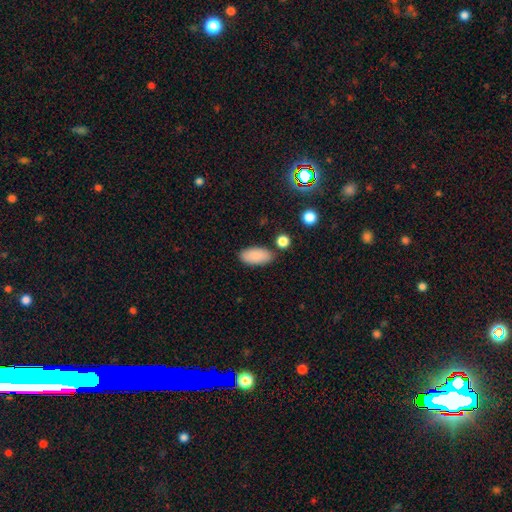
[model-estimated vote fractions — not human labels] This is clearly a smooth galaxy (88%). How rounded: clearly in between (91%). Merging: clearly none (81%).